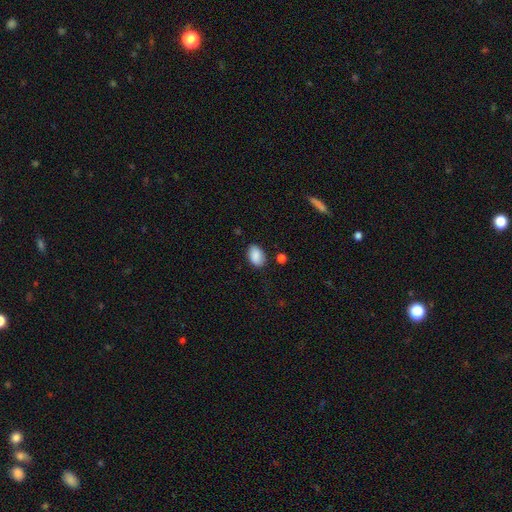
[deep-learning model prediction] Overall: smooth (86%). How rounded: in between (87%). Merging: none (78%).